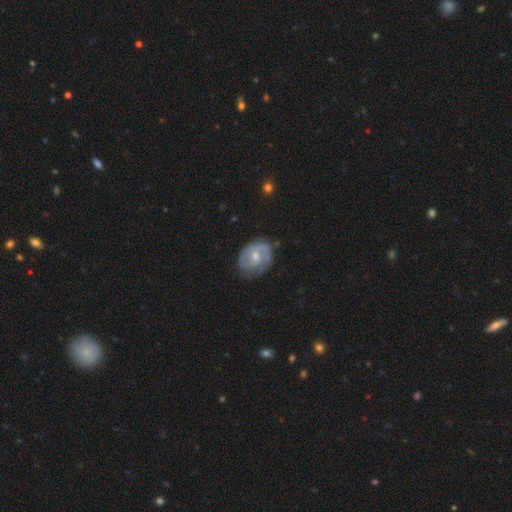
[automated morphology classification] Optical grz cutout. It shows a featured or disk galaxy (73%) with a weak bar (50%), 2 (57%) tight (45%) spiral arms (86%) and a moderate central bulge (59%). Merging: none (65%).